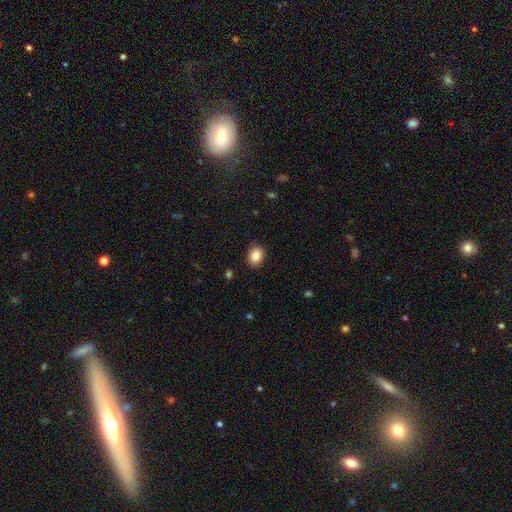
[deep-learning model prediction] Smooth or featured: smooth — 86% (star or artifact — 9%)
How rounded: in between — 55% (round — 44%)
Merging: none — 88% (minor disturbance — 9%)